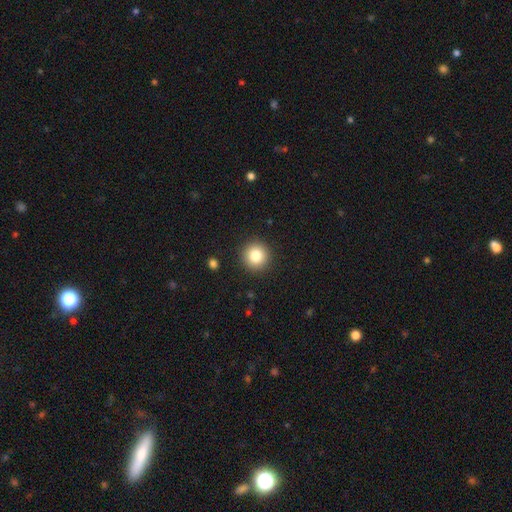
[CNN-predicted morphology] Q: Smooth or featured?
A: smooth (83%); runner-up: star or artifact (10%)
Q: How rounded?
A: round (95%); runner-up: in between (4%)
Q: Merging?
A: none (91%); runner-up: minor disturbance (6%)